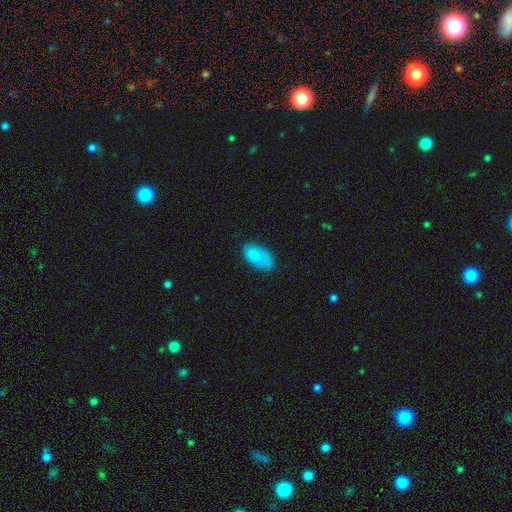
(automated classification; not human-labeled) A smooth galaxy with no disk features (80%) that is in between round and cigar-shaped (93%).

Vote fractions:
- Smooth or featured? smooth: 80% / featured or disk: 12% / star or artifact: 8%
- How rounded? in between: 93% / round: 4% / cigar-shaped: 2%
- Merging? none: 50% / minor disturbance: 32% / major disturbance: 14% / merger: 4%